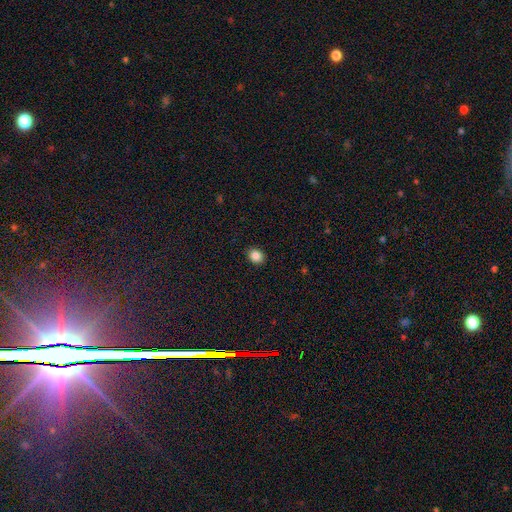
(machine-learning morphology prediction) A smooth galaxy with no disk features (86%) that is round (61%). Merging: none (91%).